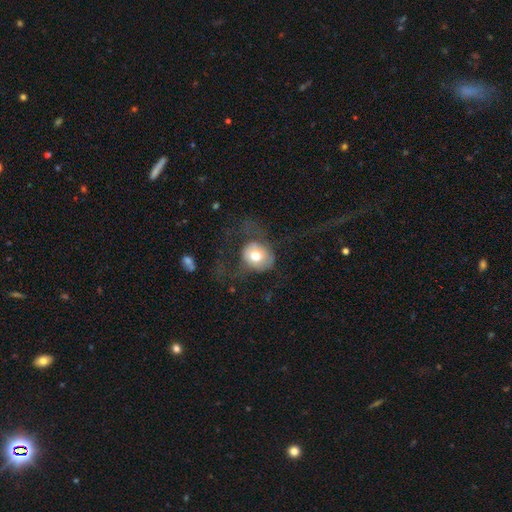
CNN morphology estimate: Q: Smooth or featured?
A: smooth (68%); runner-up: featured or disk (23%)
Q: How rounded?
A: round (72%); runner-up: in between (27%)
Q: Merging?
A: major disturbance (41%); runner-up: none (37%)